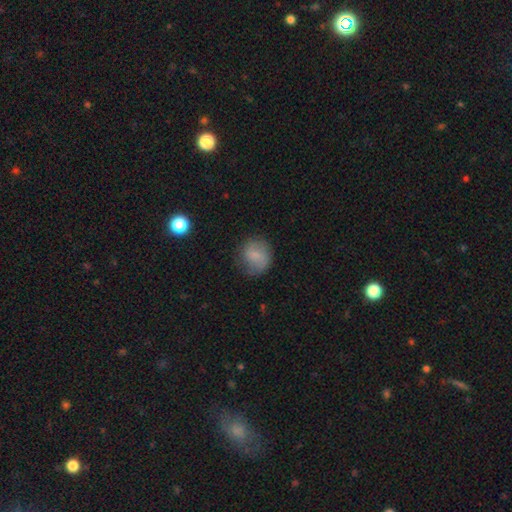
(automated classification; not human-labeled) A smooth galaxy with no disk features (77%) that is round (78%). Merging: none (72%).